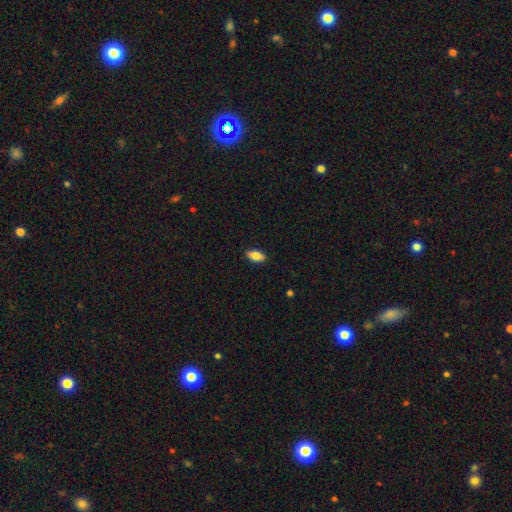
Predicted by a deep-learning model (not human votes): Smooth or featured: smooth — 82% (featured or disk — 11%)
How rounded: in between — 87% (cigar-shaped — 10%)
Merging: none — 88% (minor disturbance — 9%)